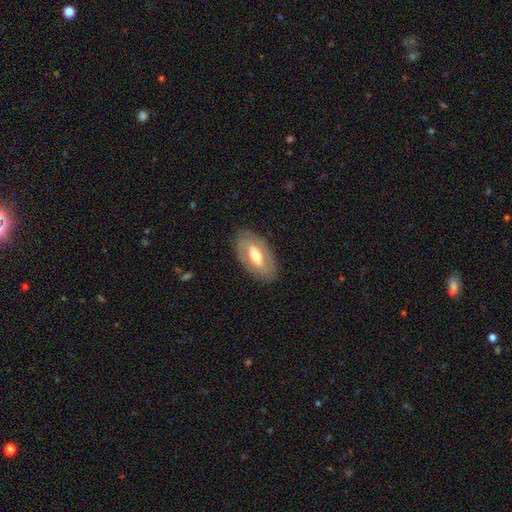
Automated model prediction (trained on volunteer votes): This appears to be a featured or disk galaxy (50%). Merging: none (83%).